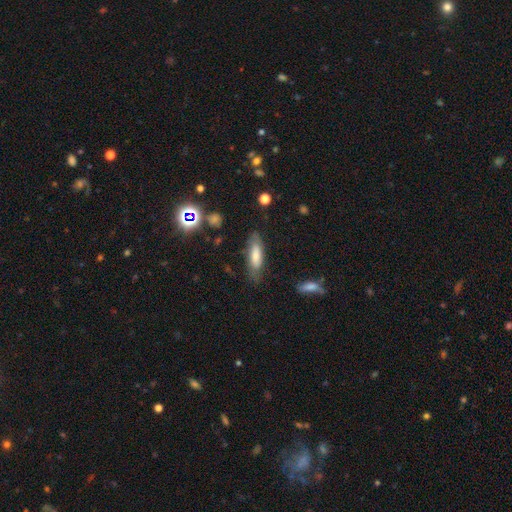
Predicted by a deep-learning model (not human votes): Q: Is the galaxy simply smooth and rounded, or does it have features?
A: smooth — 67%.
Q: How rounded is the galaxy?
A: in between — 53%.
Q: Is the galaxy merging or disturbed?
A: none — 73%.